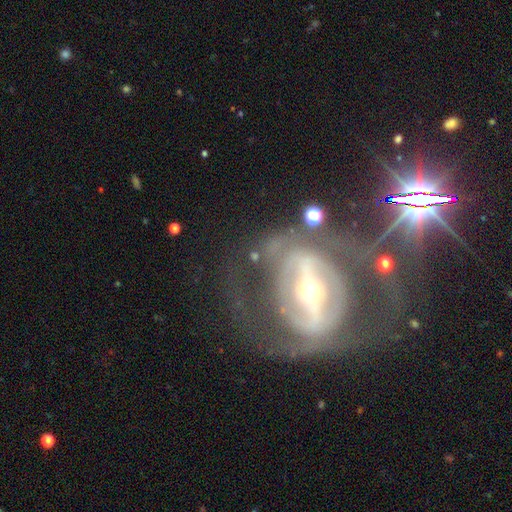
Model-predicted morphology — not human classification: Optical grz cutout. It shows a featured or disk galaxy (82%) with a strong bar (71%), 2 (64%) tight (40%) spiral arms (68%) and a moderate central bulge (59%). Merging: none (59%).